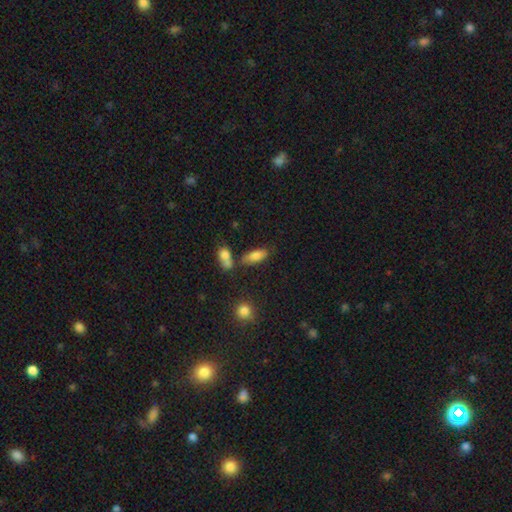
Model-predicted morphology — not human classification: Smooth or featured? smooth (78%)
How rounded? in between (77%)
Merging? none (62%)